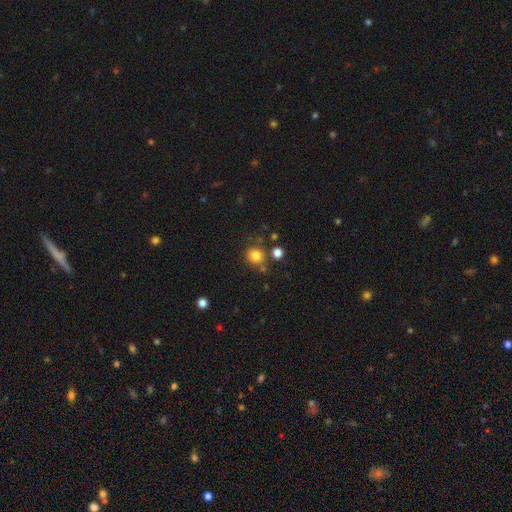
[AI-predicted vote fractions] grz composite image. It shows a smooth galaxy with no disk features (82%) that is round (87%). Merging: none (74%).